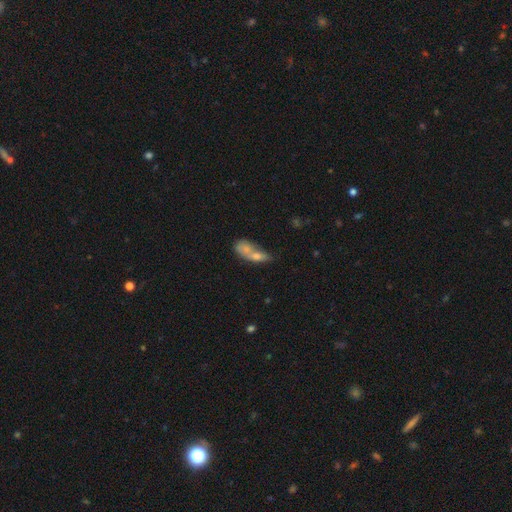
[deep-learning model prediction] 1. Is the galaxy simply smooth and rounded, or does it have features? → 61% smooth, 28% featured or disk, 11% star or artifact.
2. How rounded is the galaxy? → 67% in between, 21% cigar-shaped, 12% round.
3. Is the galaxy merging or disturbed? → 58% merger, 21% none, 11% minor disturbance, 10% major disturbance.